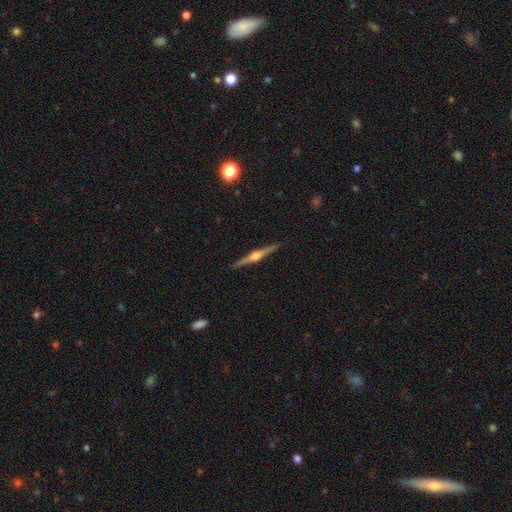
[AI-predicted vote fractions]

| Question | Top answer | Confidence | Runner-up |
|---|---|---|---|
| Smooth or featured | featured or disk | 82% | smooth (13%) |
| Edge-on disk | yes | 99% | no (1%) |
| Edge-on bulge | rounded | 93% | boxy (4%) |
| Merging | none | 92% | minor disturbance (6%) |